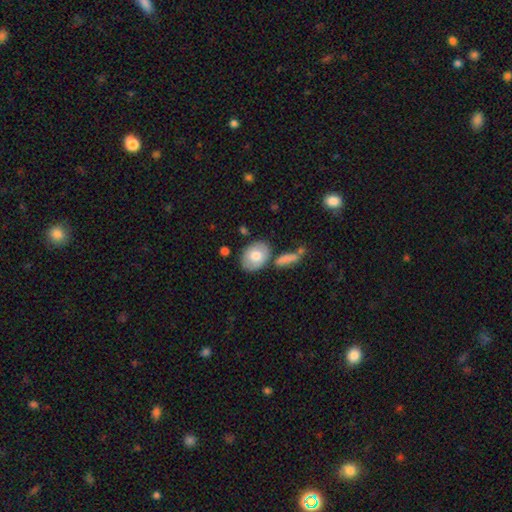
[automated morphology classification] Smooth or featured? smooth (72%)
How rounded? in between (74%)
Merging? none (72%)